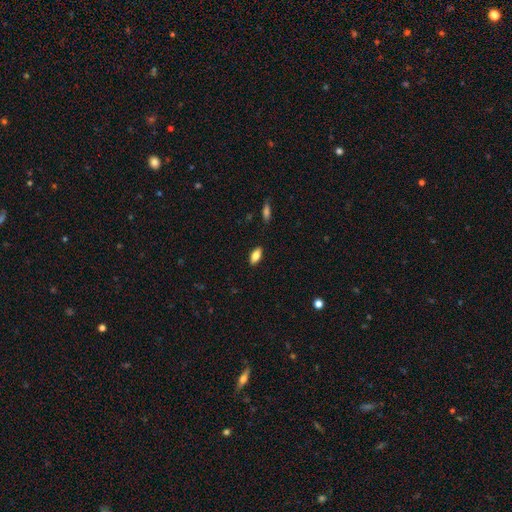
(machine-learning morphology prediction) A smooth galaxy with no disk features (81%) that is in between round and cigar-shaped (87%). Merging: none (88%).